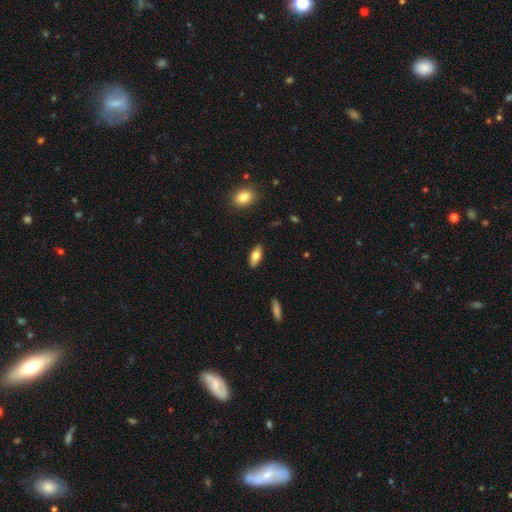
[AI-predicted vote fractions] Smooth or featured? smooth (75%)
How rounded? in between (84%)
Merging? none (88%)